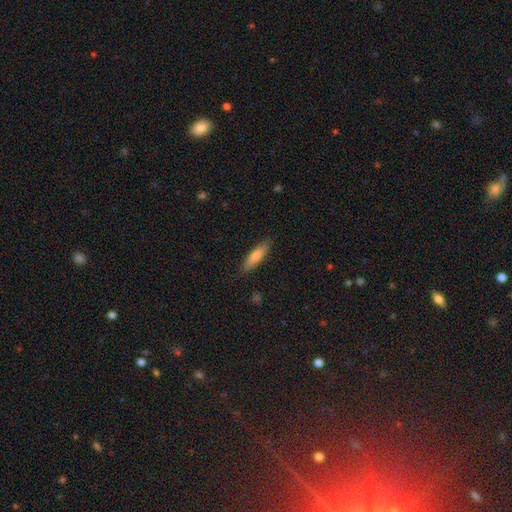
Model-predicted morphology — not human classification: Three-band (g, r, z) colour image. It shows a smooth galaxy with no disk features (72%) that is cigar-shaped (75%). Merging: none (87%).